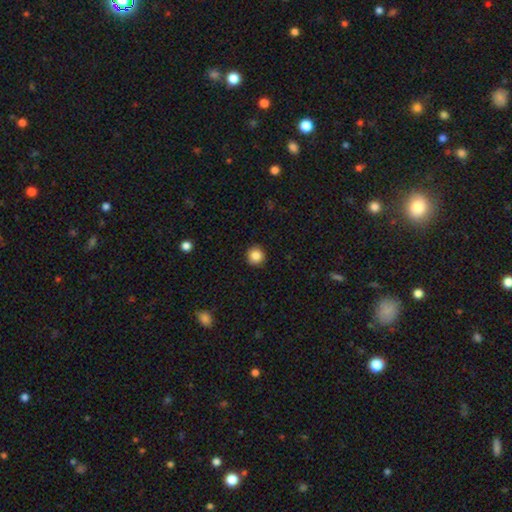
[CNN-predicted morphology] Q: Smooth or featured?
A: smooth (86%); runner-up: star or artifact (10%)
Q: How rounded?
A: round (95%); runner-up: in between (4%)
Q: Merging?
A: none (92%); runner-up: minor disturbance (5%)